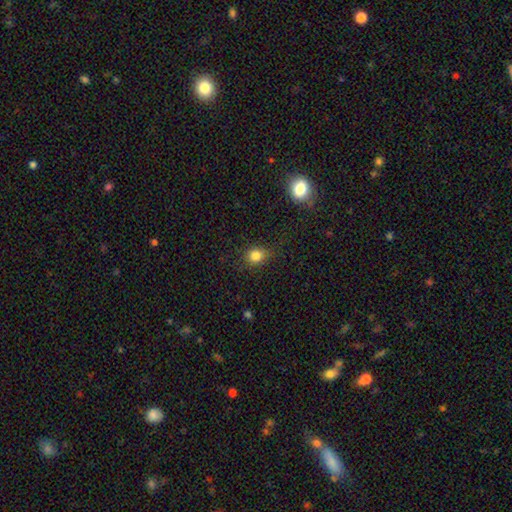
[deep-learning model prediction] smooth-or-featured: smooth: 82% | star or artifact: 13% | featured or disk: 6%
  how-rounded: round: 70% | in between: 29% | cigar-shaped: 1%
  merging: none: 78% | minor disturbance: 16% | major disturbance: 5% | merger: 1%